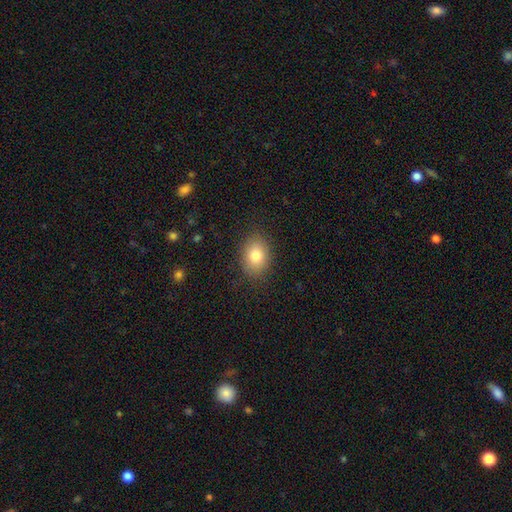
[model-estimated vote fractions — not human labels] Morphology: type=smooth (81%); roundness=in between (70%); merging=none (86%).